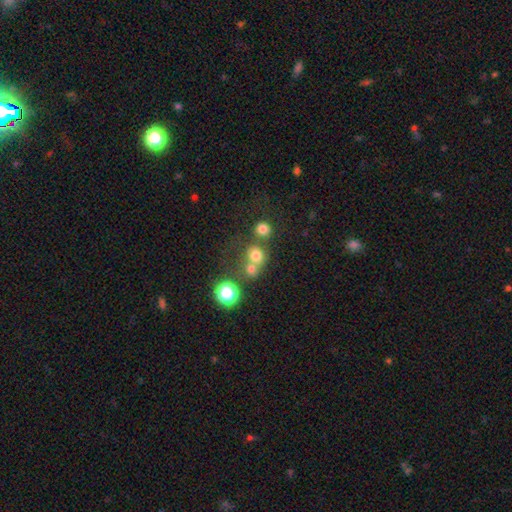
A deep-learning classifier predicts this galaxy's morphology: Overall: smooth (71%). How rounded: round (86%). Merging: none (50%; merger 39%).